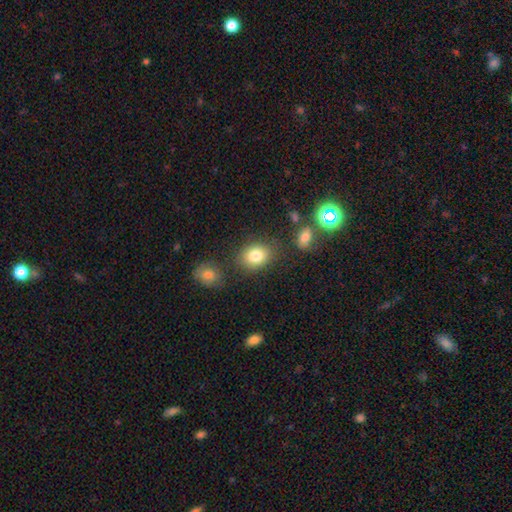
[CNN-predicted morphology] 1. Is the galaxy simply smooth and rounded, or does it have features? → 82% smooth, 10% star or artifact, 8% featured or disk.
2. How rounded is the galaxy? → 55% in between, 44% round, 1% cigar-shaped.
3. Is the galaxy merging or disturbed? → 77% none, 13% minor disturbance, 6% merger, 4% major disturbance.